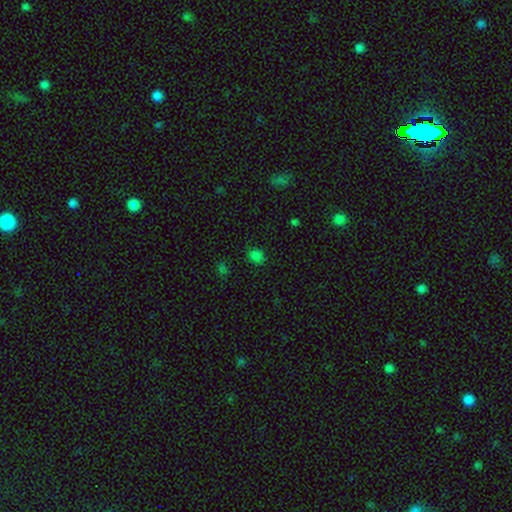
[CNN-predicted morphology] Overall: smooth (78%). How rounded: round (63%; in between 36%). Merging: none (83%).